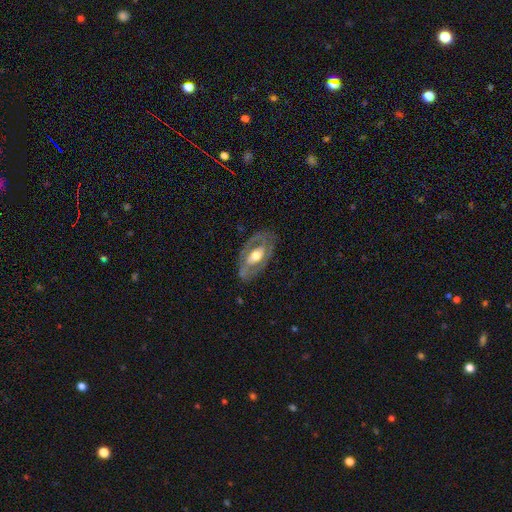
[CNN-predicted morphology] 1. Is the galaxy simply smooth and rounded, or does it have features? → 75% featured or disk, 20% smooth, 5% star or artifact.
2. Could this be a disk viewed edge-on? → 90% no, 10% yes.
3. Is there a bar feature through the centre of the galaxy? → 49% no, 30% weak, 21% strong.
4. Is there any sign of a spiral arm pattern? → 56% yes, 44% no.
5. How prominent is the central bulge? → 67% moderate, 22% large, 9% small, 1% dominant, 1% none.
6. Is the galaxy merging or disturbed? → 74% none, 17% minor disturbance, 8% major disturbance, 1% merger.